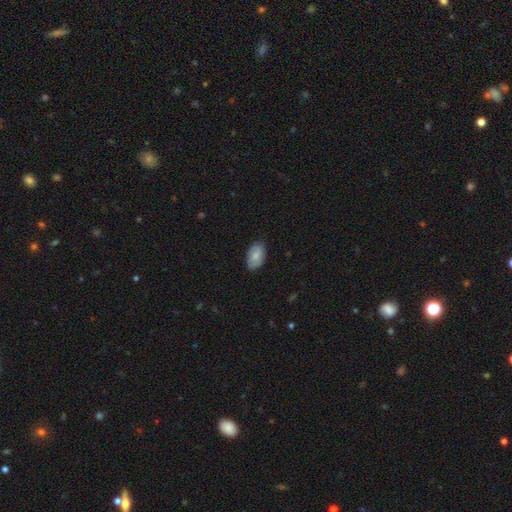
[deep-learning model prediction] This appears to be a smooth galaxy with no disk features (77%) that is in between round and cigar-shaped (93%). Merging: none (82%).